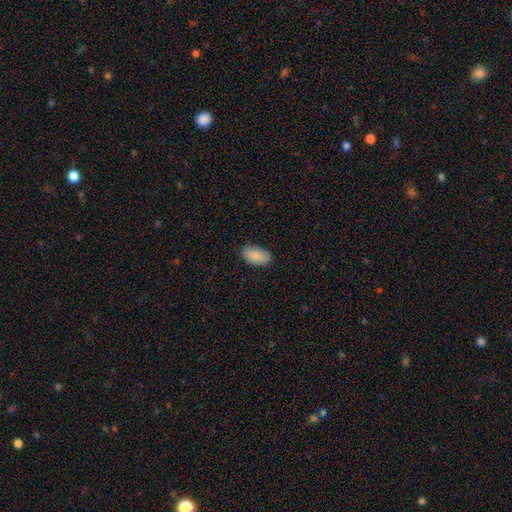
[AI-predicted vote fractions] This appears to be a smooth galaxy with no disk features (89%) that is in between round and cigar-shaped (94%). Merging: none (83%).